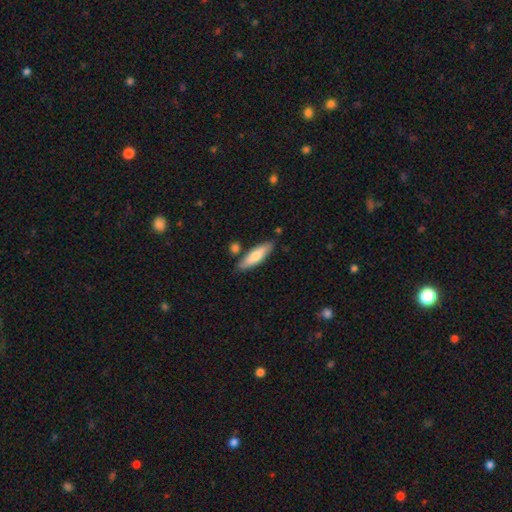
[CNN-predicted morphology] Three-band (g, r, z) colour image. It shows a smooth galaxy with no disk features (70%) that is cigar-shaped (61%). Merging: none (79%).